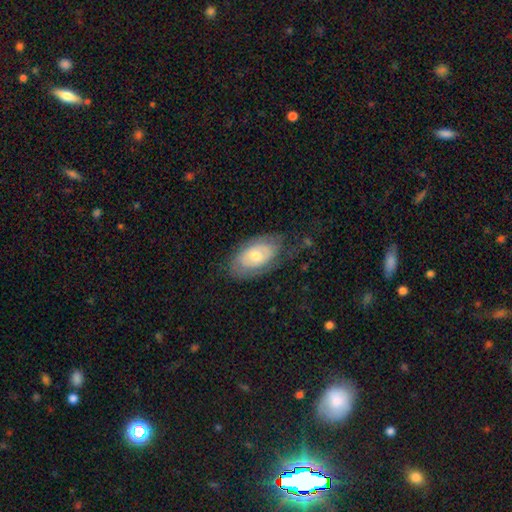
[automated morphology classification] Smooth or featured: featured or disk — 56% (smooth — 38%)
Edge-on disk: no — 91% (yes — 9%)
Bar: no — 81% (weak — 16%)
Spiral arms: no — 53% (yes — 47%)
Bulge size: moderate — 62% (small — 30%)
Merging: none — 69% (minor disturbance — 20%)